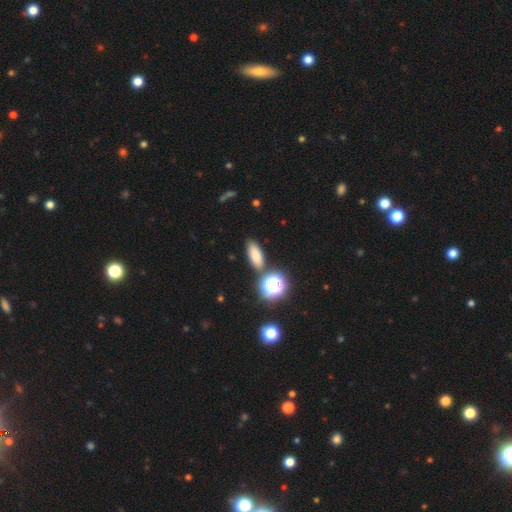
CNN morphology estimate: Smooth or featured? Predicted: smooth (p=0.76). How rounded? Predicted: in between (p=0.71). Merging? Predicted: none (p=0.80).